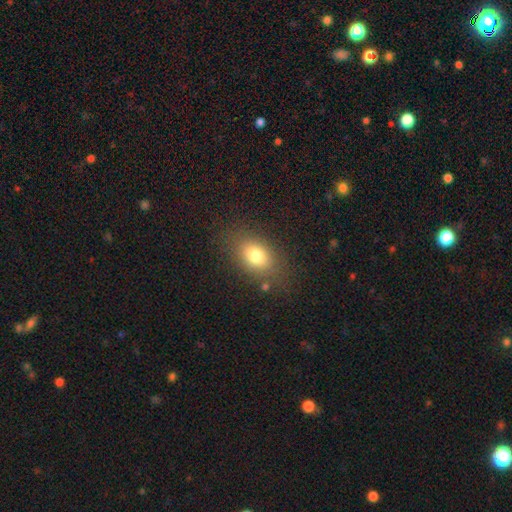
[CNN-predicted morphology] Overall: smooth (77%). How rounded: in between (76%). Merging: none (79%).